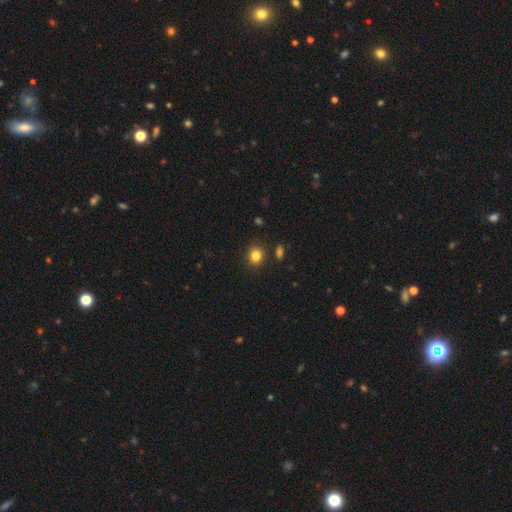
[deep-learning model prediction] Smooth or featured? Predicted: smooth (p=0.83). How rounded? Predicted: round (p=0.71). Merging? Predicted: none (p=0.87).